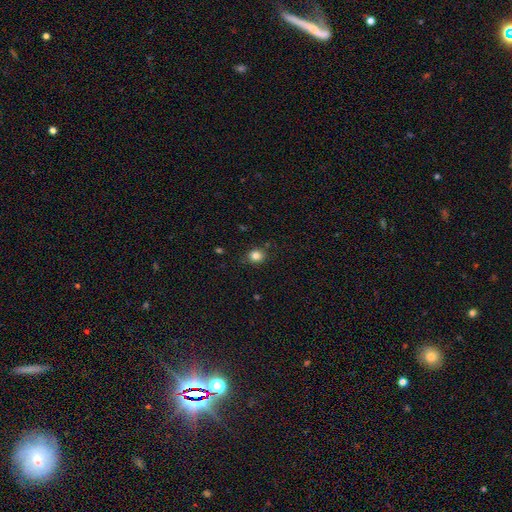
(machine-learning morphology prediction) smooth 83%, star or artifact 11%, featured or disk 6%. Down the decision tree: how rounded — round (74%); merging — none (83%).